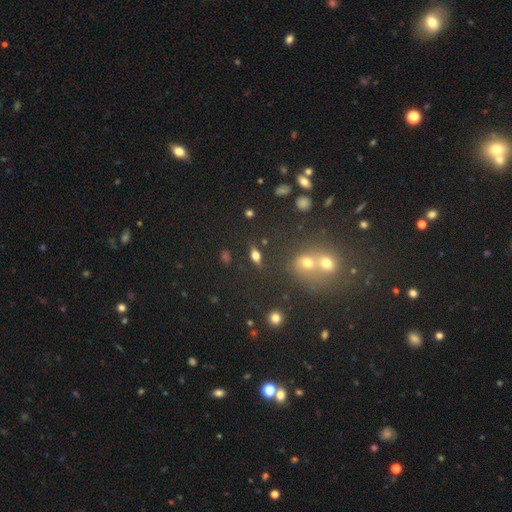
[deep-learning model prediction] Overall: smooth (61%; featured or disk 25%). How rounded: in between (71%). Merging: none (81%).